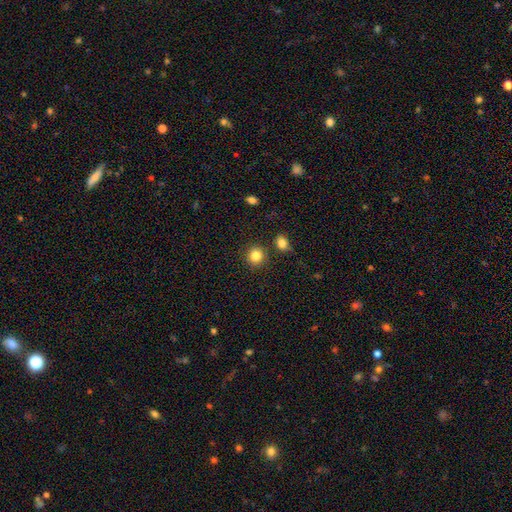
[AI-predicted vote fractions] smooth 85%, star or artifact 10%, featured or disk 5%. Down the decision tree: how rounded — round (89%); merging — none (85%).